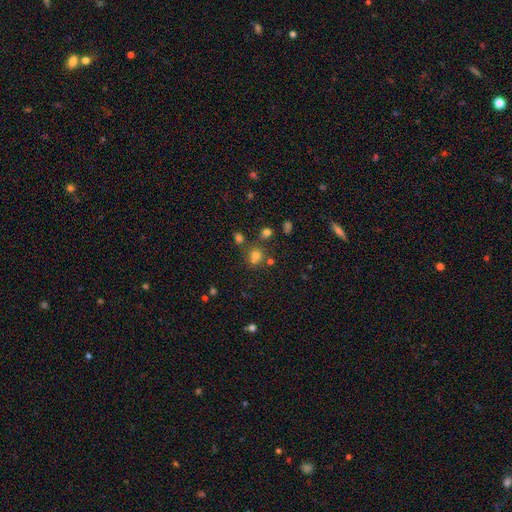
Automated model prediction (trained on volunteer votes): This appears to be a smooth galaxy with no disk features (64%) that is round (81%). Merging: none (56%).